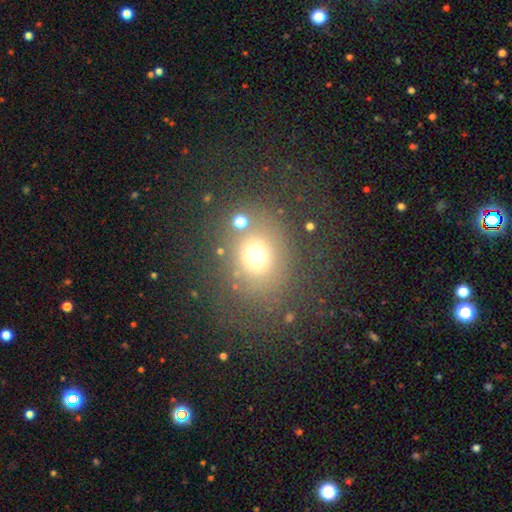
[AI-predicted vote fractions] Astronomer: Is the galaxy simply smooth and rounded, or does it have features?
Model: smooth — 66%.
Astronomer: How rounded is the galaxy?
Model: round — 71%.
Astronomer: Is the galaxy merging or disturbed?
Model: none — 71%.